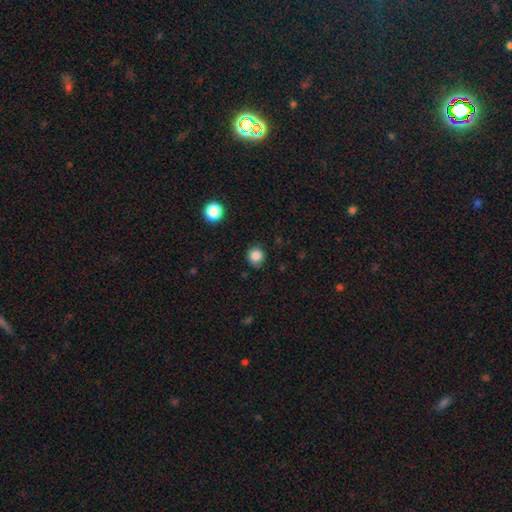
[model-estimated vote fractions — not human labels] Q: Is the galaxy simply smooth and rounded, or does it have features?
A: smooth — 85%.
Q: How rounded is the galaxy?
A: round — 91%.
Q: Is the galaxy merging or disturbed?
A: none — 87%.